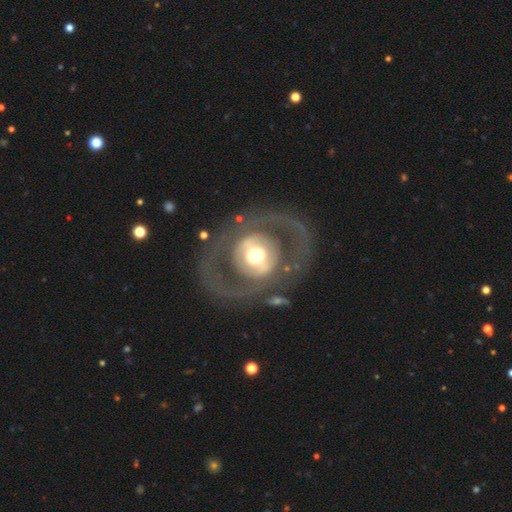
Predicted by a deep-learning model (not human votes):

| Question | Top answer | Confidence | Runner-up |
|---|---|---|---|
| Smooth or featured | featured or disk | 69% | smooth (25%) |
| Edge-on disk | no | 94% | yes (6%) |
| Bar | no | 62% | weak (21%) |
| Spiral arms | no | 65% | yes (35%) |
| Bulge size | moderate | 50% | large (37%) |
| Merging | none | 71% | major disturbance (16%) |